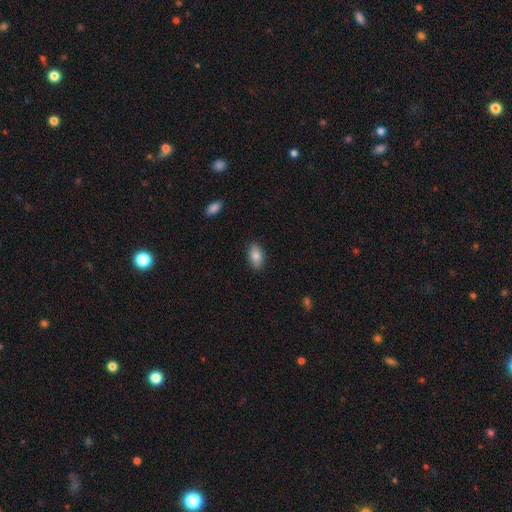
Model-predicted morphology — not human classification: A smooth galaxy with no disk features (85%) that is in between round and cigar-shaped (92%). Merging: none (87%).